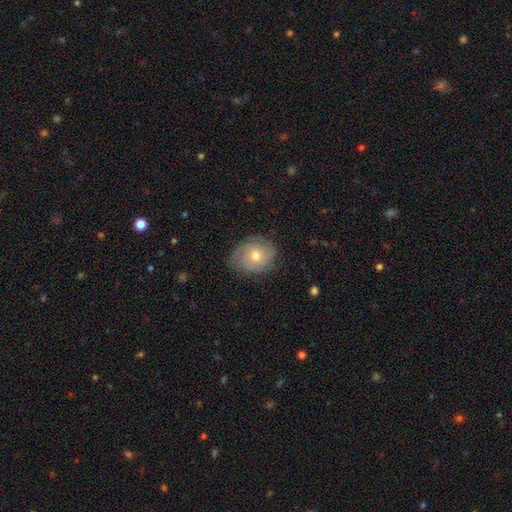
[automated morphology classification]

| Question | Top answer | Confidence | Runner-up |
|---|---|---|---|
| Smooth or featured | smooth | 50% | featured or disk (43%) |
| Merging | none | 76% | minor disturbance (18%) |